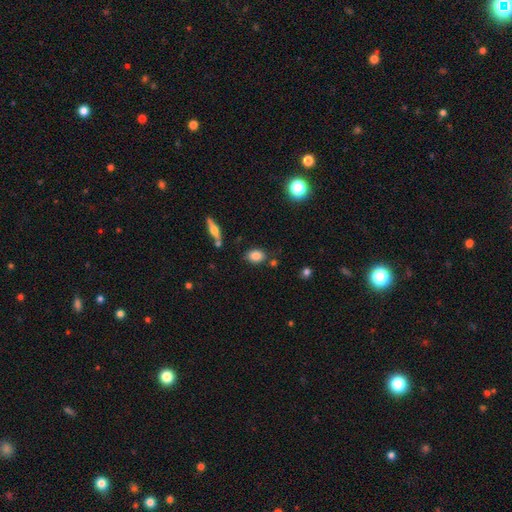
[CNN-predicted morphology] Overall: smooth (82%). How rounded: in between (70%). Merging: none (79%).